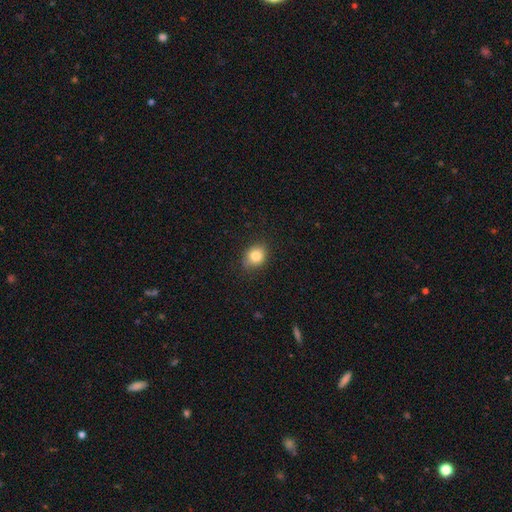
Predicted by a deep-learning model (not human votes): smooth-or-featured: smooth: 82% | star or artifact: 10% | featured or disk: 8%
  how-rounded: round: 54% | in between: 45% | cigar-shaped: 1%
  merging: none: 83% | minor disturbance: 13% | major disturbance: 3% | merger: 1%